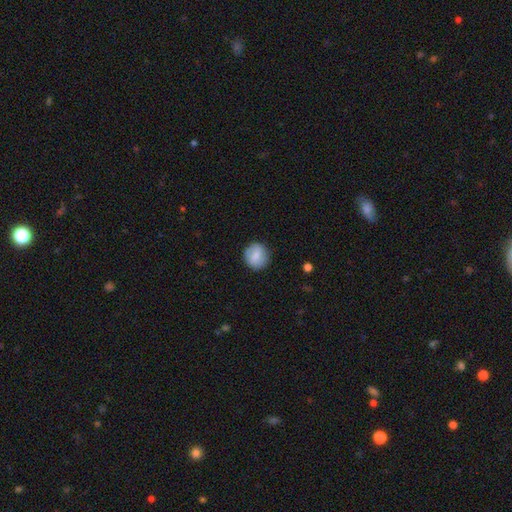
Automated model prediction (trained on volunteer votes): Smooth or featured? smooth (75%)
How rounded? round (85%)
Merging? none (83%)